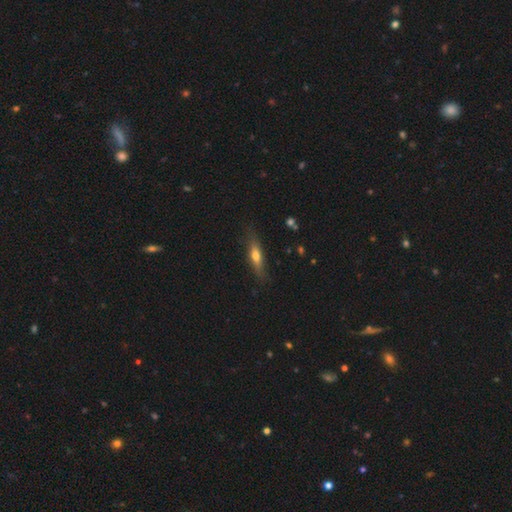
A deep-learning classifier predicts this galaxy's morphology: Smooth or featured? smooth (54%)
How rounded? cigar-shaped (69%)
Merging? none (80%)